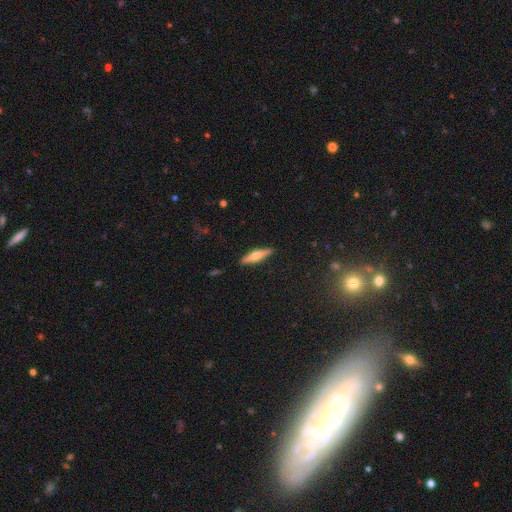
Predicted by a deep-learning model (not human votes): Smooth or featured? Predicted: featured or disk (p=0.55). Edge-on disk? Predicted: yes (p=0.95). Edge-on bulge? Predicted: rounded (p=0.90). Merging? Predicted: none (p=0.89).